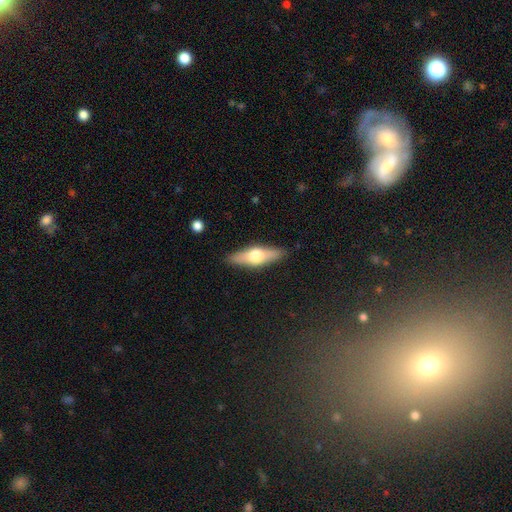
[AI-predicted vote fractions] Smooth or featured: featured or disk — 49% (smooth — 45%)
Merging: none — 87% (minor disturbance — 10%)